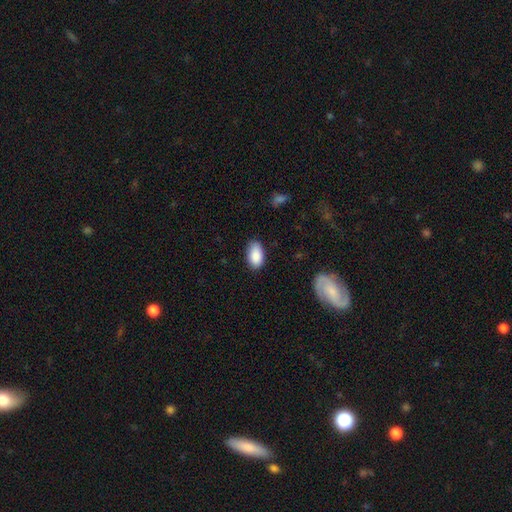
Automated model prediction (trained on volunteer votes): Smooth or featured?
  - smooth: 89% *
  - star or artifact: 6%
  - featured or disk: 5%
How rounded?
  - in between: 94% *
  - round: 4%
  - cigar-shaped: 2%
Merging?
  - none: 79% *
  - minor disturbance: 17%
  - major disturbance: 3%
  - merger: 1%